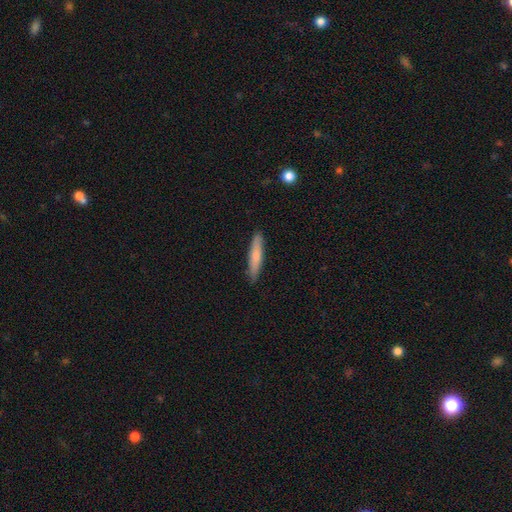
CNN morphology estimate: Smooth or featured? smooth (71%)
How rounded? cigar-shaped (88%)
Merging? none (89%)